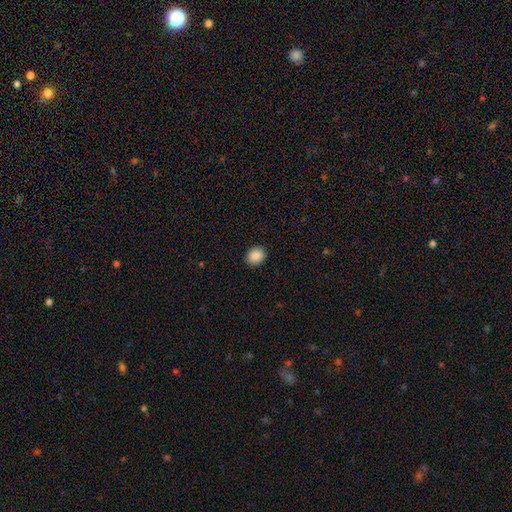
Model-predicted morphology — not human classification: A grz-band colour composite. It shows a smooth galaxy with no disk features (89%) that is round (62%). Merging: none (90%).